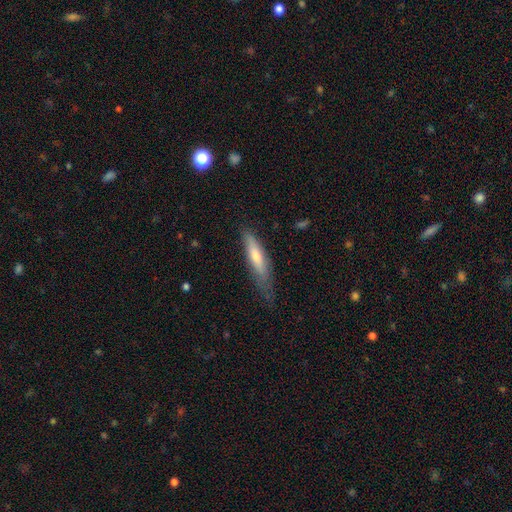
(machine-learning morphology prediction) smooth 62%, featured or disk 32%, star or artifact 6%. Down the decision tree: how rounded — cigar-shaped (81%); merging — none (59%).